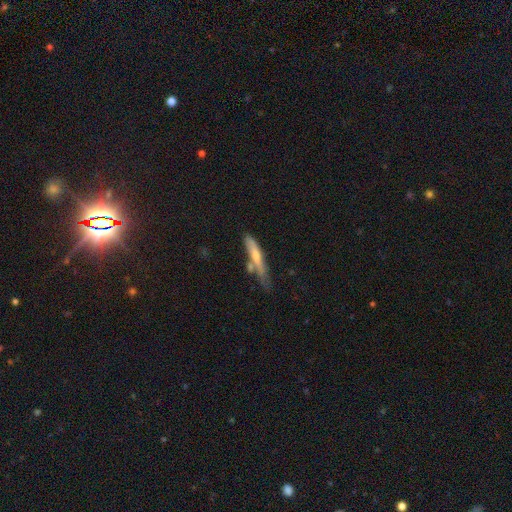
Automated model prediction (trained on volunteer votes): Smooth or featured? smooth (57%)
How rounded? cigar-shaped (86%)
Merging? none (47%)